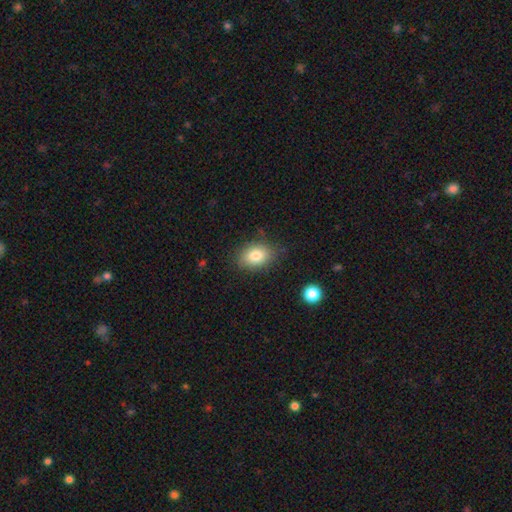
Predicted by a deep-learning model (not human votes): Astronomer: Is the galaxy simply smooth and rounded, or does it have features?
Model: smooth — 81%.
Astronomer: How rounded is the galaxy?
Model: in between — 75%.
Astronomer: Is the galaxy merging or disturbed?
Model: none — 81%.